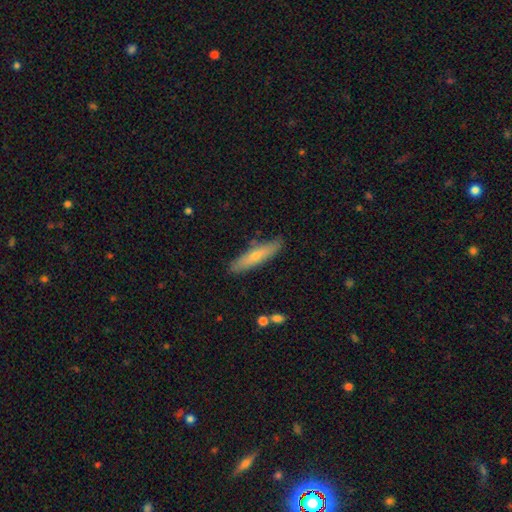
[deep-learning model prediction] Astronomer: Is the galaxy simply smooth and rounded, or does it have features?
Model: smooth — 61%.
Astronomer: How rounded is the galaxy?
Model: cigar-shaped — 82%.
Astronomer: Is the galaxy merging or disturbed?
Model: none — 86%.